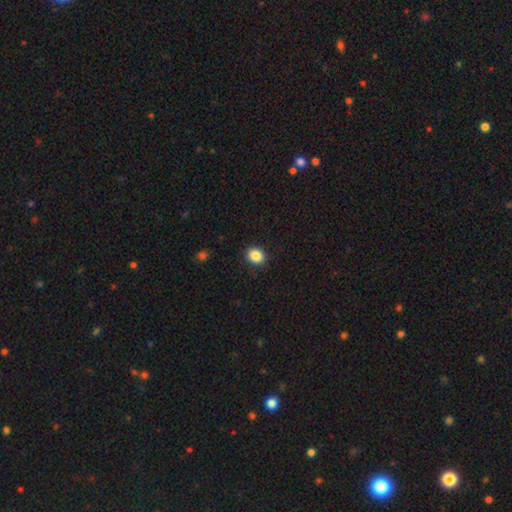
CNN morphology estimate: A smooth galaxy with no disk features (87%) that is round (60%). Merging: none (90%).